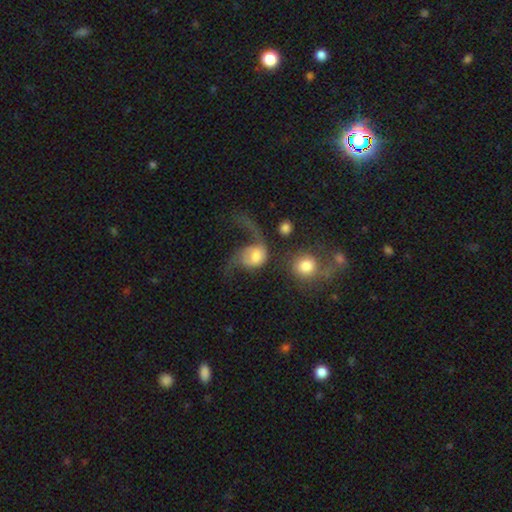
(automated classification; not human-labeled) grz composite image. It shows a featured or disk galaxy (51%). Merging: major disturbance (45%).